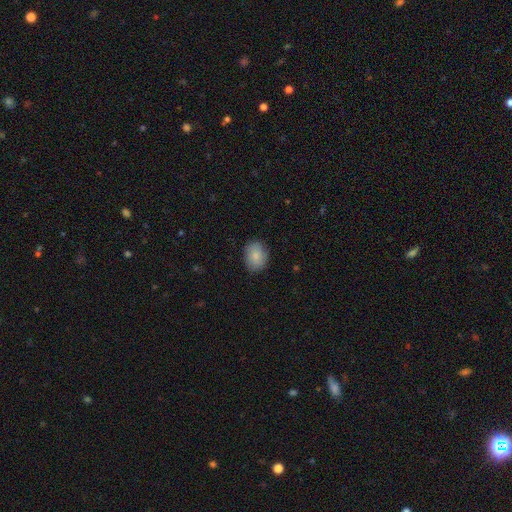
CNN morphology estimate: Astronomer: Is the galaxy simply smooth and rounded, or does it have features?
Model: smooth — 86%.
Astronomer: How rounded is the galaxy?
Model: in between — 63%.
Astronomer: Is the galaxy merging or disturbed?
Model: none — 85%.